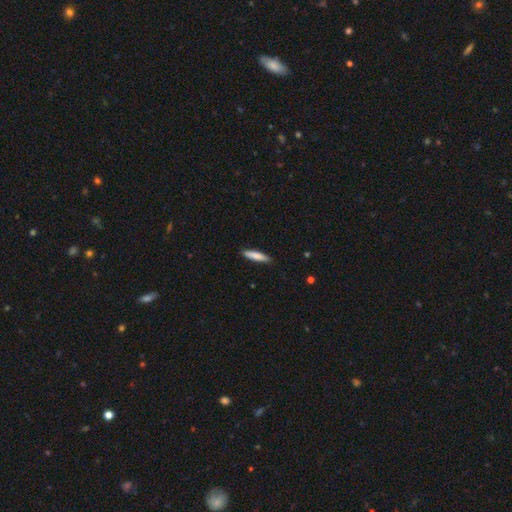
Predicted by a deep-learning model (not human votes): Q: Smooth or featured?
A: smooth (81%); runner-up: featured or disk (14%)
Q: How rounded?
A: cigar-shaped (85%); runner-up: in between (14%)
Q: Merging?
A: none (88%); runner-up: minor disturbance (9%)